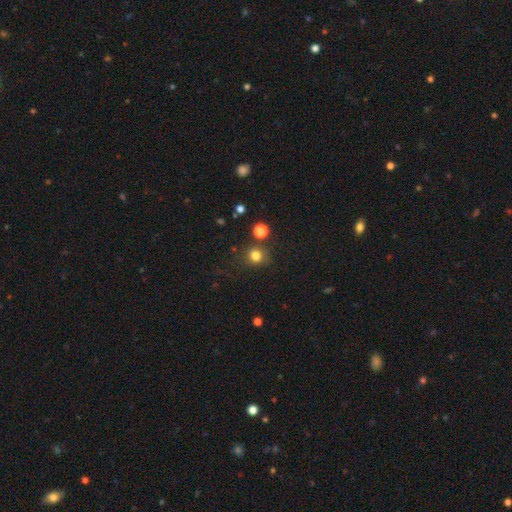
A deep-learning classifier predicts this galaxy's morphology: Smooth or featured?
  - smooth: 79% *
  - star or artifact: 15%
  - featured or disk: 6%
How rounded?
  - round: 85% *
  - in between: 14%
  - cigar-shaped: 1%
Merging?
  - none: 77% *
  - minor disturbance: 11%
  - merger: 8%
  - major disturbance: 4%